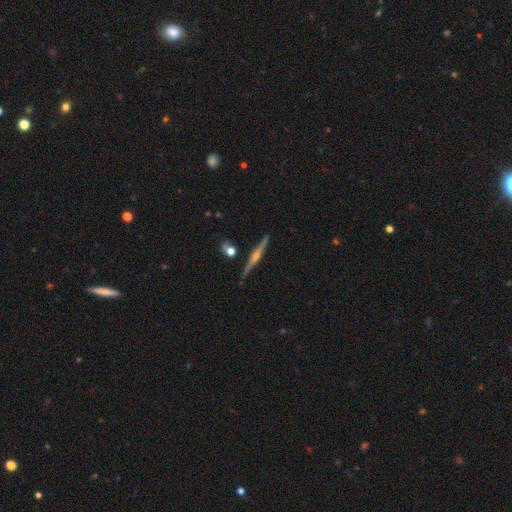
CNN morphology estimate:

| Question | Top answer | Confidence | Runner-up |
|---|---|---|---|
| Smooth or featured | featured or disk | 81% | smooth (13%) |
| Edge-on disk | yes | 98% | no (2%) |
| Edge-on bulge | rounded | 87% | none (7%) |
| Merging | none | 86% | minor disturbance (9%) |